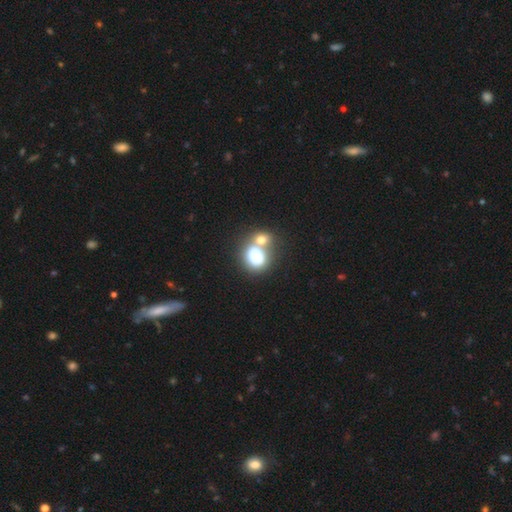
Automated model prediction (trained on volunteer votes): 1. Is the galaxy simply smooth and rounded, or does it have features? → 74% smooth, 14% featured or disk, 12% star or artifact.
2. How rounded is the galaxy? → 59% round, 40% in between, 1% cigar-shaped.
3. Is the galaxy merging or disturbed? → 49% merger, 34% none, 10% minor disturbance, 7% major disturbance.